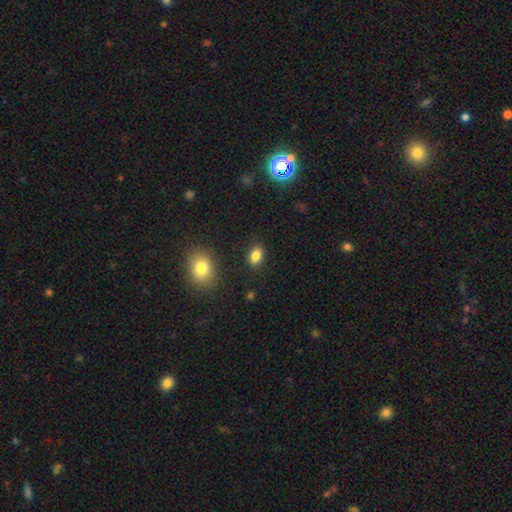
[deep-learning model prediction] This appears to be a smooth galaxy with no disk features (84%) that is in between round and cigar-shaped (81%). Merging: none (87%).